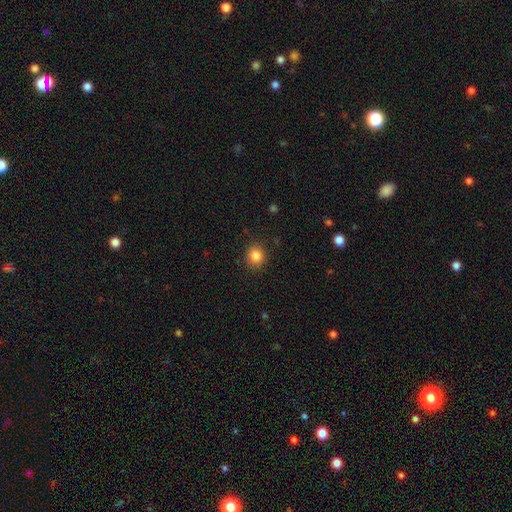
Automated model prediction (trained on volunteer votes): smooth_or_featured: smooth (p=0.84) [alt: star or artifact p=0.11]
how_rounded: round (p=0.79) [alt: in between p=0.20]
merging: none (p=0.88) [alt: minor disturbance p=0.08]